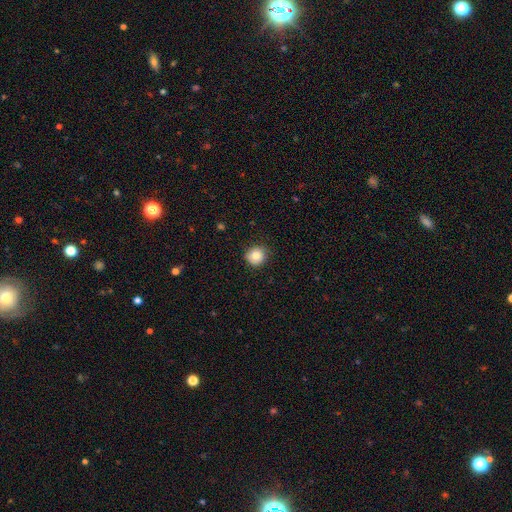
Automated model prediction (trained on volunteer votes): A smooth galaxy with no disk features (83%) that is round (88%). Merging: none (83%).